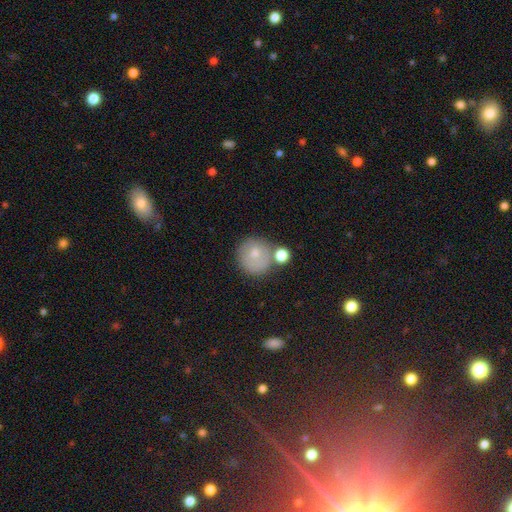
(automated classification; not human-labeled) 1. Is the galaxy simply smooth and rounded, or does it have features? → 74% smooth, 17% featured or disk, 10% star or artifact.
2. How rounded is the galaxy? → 91% round, 8% in between, 1% cigar-shaped.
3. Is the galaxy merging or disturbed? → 63% none, 17% merger, 15% minor disturbance, 5% major disturbance.